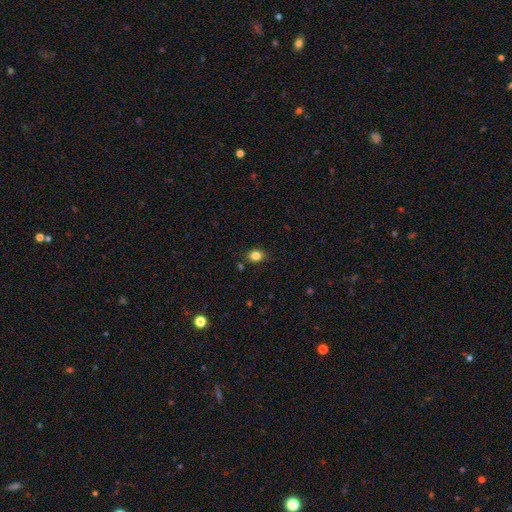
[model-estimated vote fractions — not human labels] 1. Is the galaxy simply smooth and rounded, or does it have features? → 83% smooth, 11% star or artifact, 6% featured or disk.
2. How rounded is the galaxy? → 55% in between, 43% round, 1% cigar-shaped.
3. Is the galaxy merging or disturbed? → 84% none, 11% minor disturbance, 2% major disturbance, 2% merger.